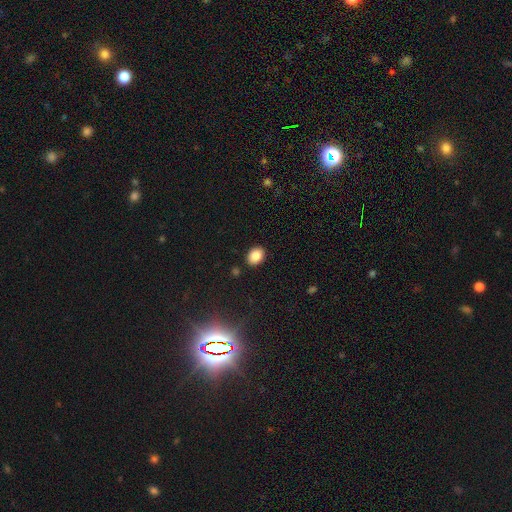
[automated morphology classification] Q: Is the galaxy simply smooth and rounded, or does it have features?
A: smooth — 85%.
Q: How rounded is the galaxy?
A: in between — 66%.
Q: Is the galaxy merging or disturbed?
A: none — 88%.